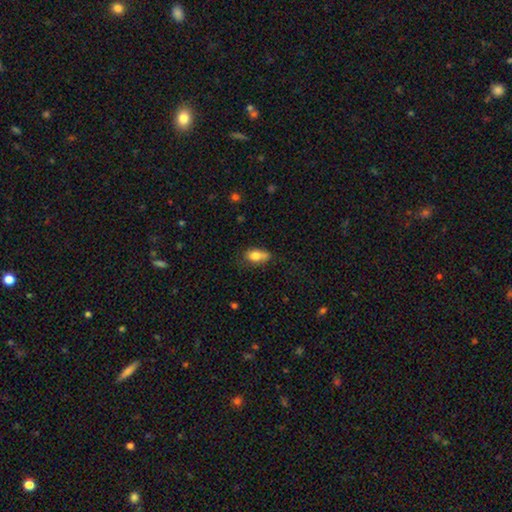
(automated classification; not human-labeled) A smooth galaxy with no disk features (78%) that is in between round and cigar-shaped (83%). Merging: none (44%).